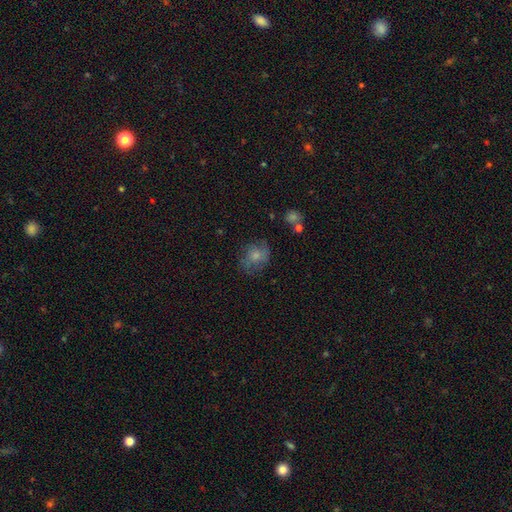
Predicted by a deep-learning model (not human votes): Smooth or featured: smooth — 55% (featured or disk — 35%)
How rounded: round — 62% (in between — 37%)
Merging: none — 64% (minor disturbance — 22%)